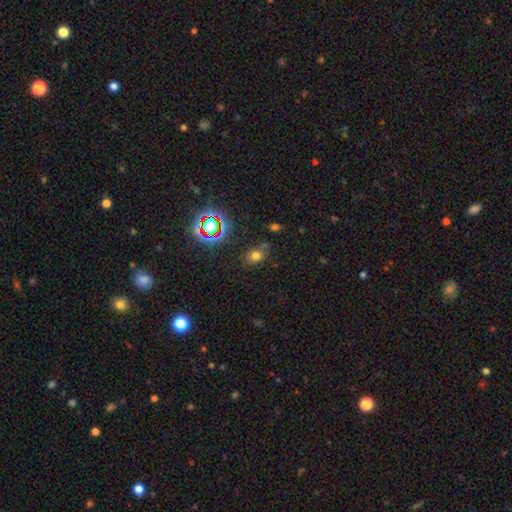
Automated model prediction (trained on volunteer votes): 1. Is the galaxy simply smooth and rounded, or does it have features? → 65% smooth, 25% star or artifact, 10% featured or disk.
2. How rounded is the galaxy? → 55% in between, 43% round, 2% cigar-shaped.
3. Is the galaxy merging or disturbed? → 71% none, 17% minor disturbance, 7% merger, 5% major disturbance.